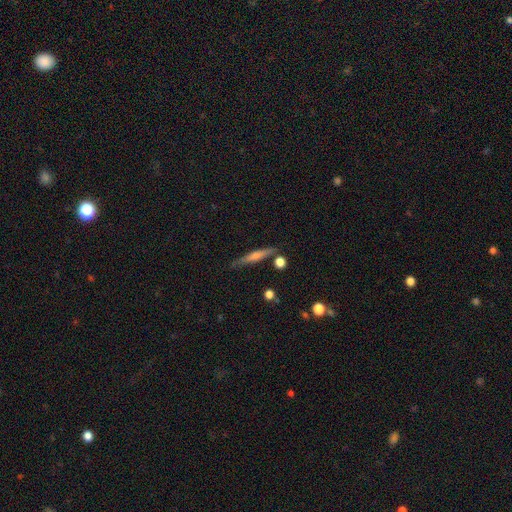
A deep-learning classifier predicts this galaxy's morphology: smooth_or_featured: featured or disk (p=0.54) [alt: smooth p=0.38]
disk_edge_on: yes (p=0.96) [alt: no p=0.04]
edge_on_bulge: rounded (p=0.63) [alt: none p=0.25]
merging: none (p=0.83) [alt: minor disturbance p=0.11]